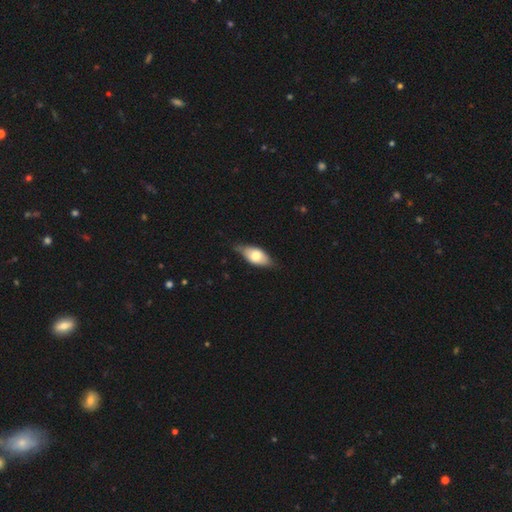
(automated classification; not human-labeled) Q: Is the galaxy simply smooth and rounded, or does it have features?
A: smooth — 63%.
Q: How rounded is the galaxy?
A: in between — 87%.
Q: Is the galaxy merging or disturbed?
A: none — 70%.